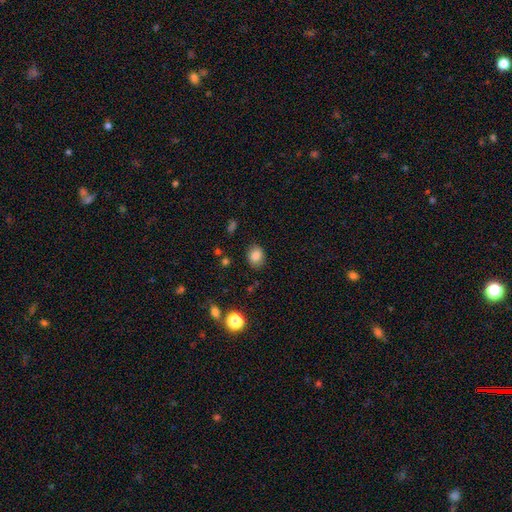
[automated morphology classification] Smooth or featured? smooth (84%)
How rounded? in between (57%)
Merging? none (82%)